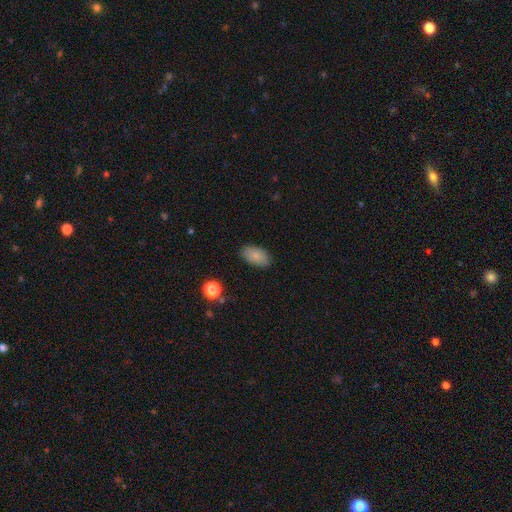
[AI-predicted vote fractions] Overall: smooth (86%). How rounded: in between (93%). Merging: none (86%).